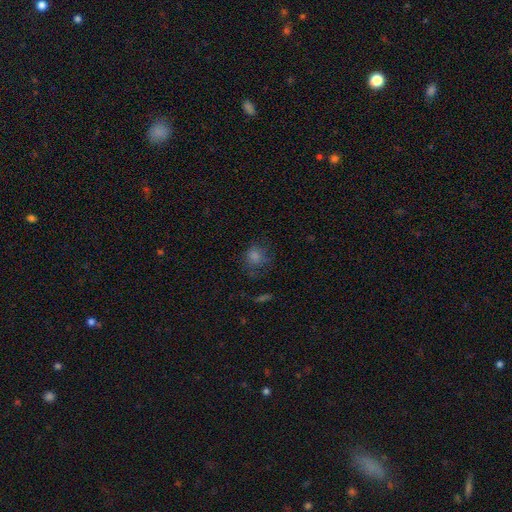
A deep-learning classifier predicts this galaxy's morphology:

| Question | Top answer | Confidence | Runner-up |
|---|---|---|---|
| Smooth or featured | smooth | 63% | star or artifact (25%) |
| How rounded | round | 78% | in between (21%) |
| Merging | none | 69% | minor disturbance (18%) |